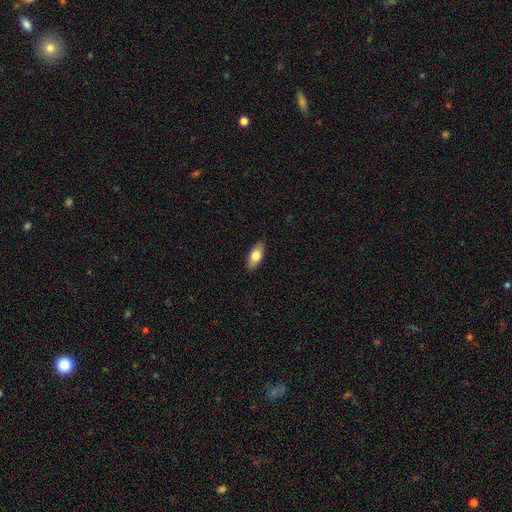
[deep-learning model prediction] smooth-or-featured: smooth: 74% | featured or disk: 20% | star or artifact: 6%
  how-rounded: in between: 85% | cigar-shaped: 12% | round: 3%
  merging: none: 88% | minor disturbance: 9% | major disturbance: 2% | merger: 1%